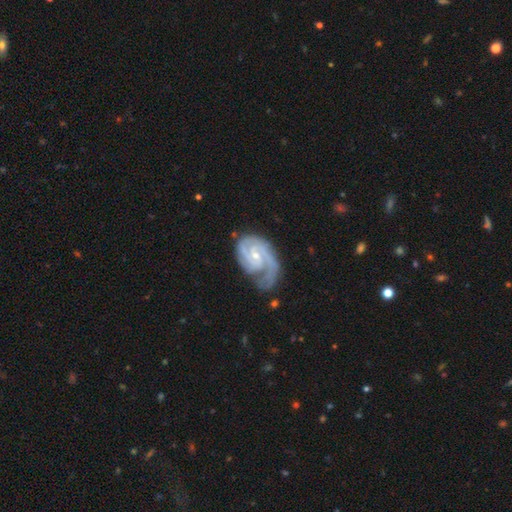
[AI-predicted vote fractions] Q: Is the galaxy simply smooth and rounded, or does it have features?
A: featured or disk — 90%.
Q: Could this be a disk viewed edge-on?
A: no — 98%.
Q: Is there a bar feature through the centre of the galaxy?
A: no — 50%.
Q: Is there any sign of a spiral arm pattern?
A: yes — 98%.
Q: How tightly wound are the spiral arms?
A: tight — 53%.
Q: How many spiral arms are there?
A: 2 — 51%.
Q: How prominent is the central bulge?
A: small — 64%.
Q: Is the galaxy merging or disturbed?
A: none — 49%.